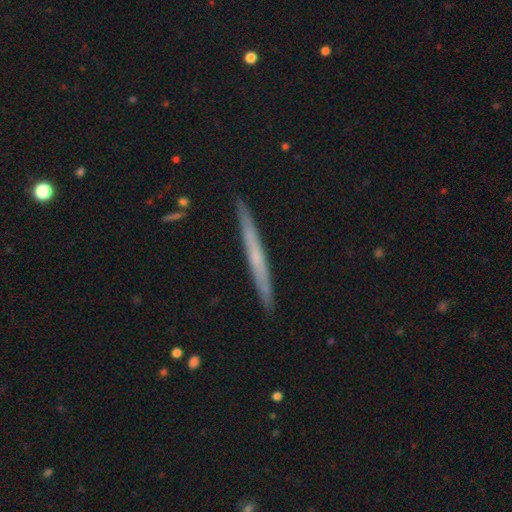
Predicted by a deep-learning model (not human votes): Smooth or featured? Predicted: featured or disk (p=0.53). Edge-on disk? Predicted: yes (p=0.97). Edge-on bulge? Predicted: none (p=0.83). Merging? Predicted: none (p=0.91).